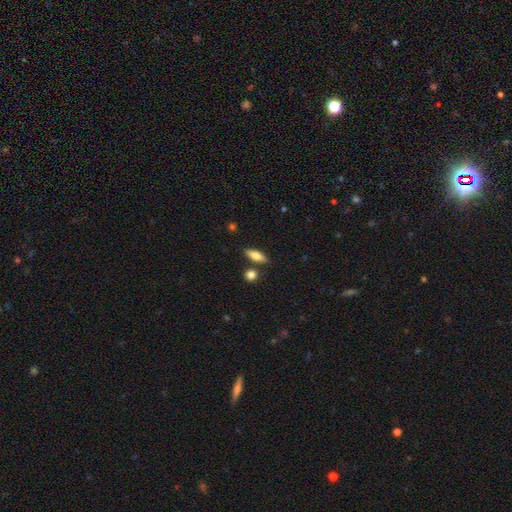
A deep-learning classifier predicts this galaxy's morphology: A smooth galaxy with no disk features (75%) that is in between round and cigar-shaped (67%).

Vote fractions:
- Smooth or featured? smooth: 75% / featured or disk: 18% / star or artifact: 7%
- How rounded? in between: 67% / cigar-shaped: 29% / round: 4%
- Merging? none: 81% / minor disturbance: 10% / merger: 6% / major disturbance: 2%